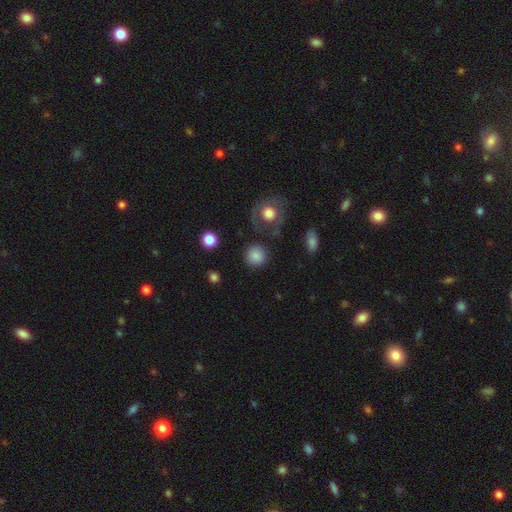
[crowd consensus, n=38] Overall: smooth (82%). How rounded: round (97%). Merging: none (92%).